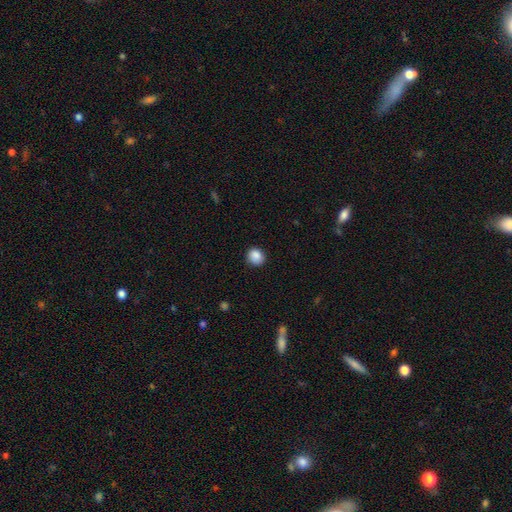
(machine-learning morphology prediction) smooth-or-featured: smooth: 88% | star or artifact: 9% | featured or disk: 3%
  how-rounded: round: 78% | in between: 21% | cigar-shaped: 1%
  merging: none: 87% | minor disturbance: 10% | major disturbance: 2% | merger: 1%